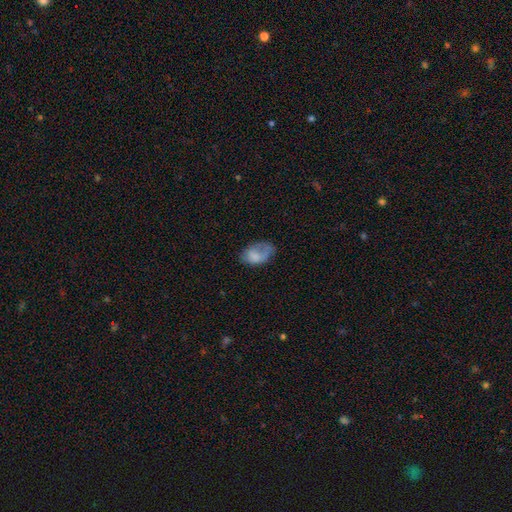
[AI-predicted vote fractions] Q: Smooth or featured?
A: smooth (72%); runner-up: featured or disk (20%)
Q: How rounded?
A: in between (88%); runner-up: round (11%)
Q: Merging?
A: none (38%); runner-up: minor disturbance (31%)